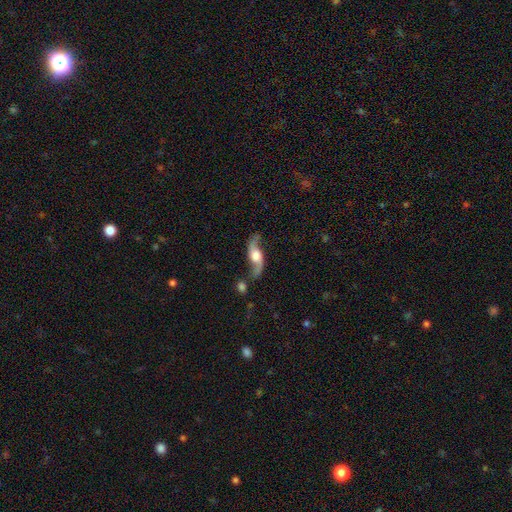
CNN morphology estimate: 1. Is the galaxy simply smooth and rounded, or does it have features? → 84% featured or disk, 11% smooth, 5% star or artifact.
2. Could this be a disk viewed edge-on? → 85% no, 15% yes.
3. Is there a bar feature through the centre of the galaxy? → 60% no, 30% weak, 10% strong.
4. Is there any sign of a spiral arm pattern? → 95% yes, 5% no.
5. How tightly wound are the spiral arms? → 84% loose, 12% medium, 3% tight.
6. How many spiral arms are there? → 94% 2, 2% can't tell, 2% 1, 1% 3, 1% 4, 1% more than 4.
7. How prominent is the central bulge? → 42% moderate, 40% large, 9% small, 5% dominant, 4% none.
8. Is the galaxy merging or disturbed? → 66% none, 16% minor disturbance, 10% merger, 8% major disturbance.